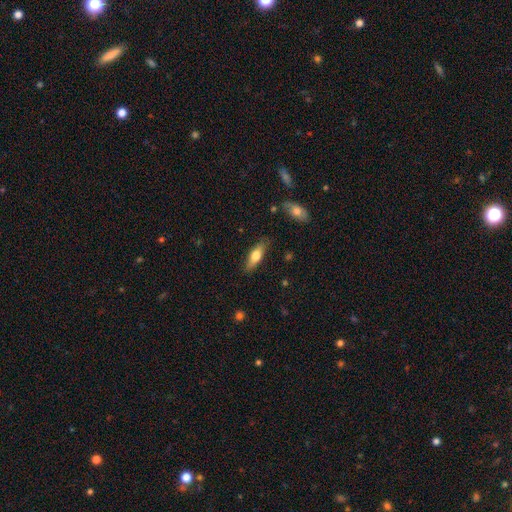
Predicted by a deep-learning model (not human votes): Q: Smooth or featured?
A: smooth (66%); runner-up: featured or disk (28%)
Q: How rounded?
A: in between (57%); runner-up: cigar-shaped (41%)
Q: Merging?
A: none (82%); runner-up: minor disturbance (13%)